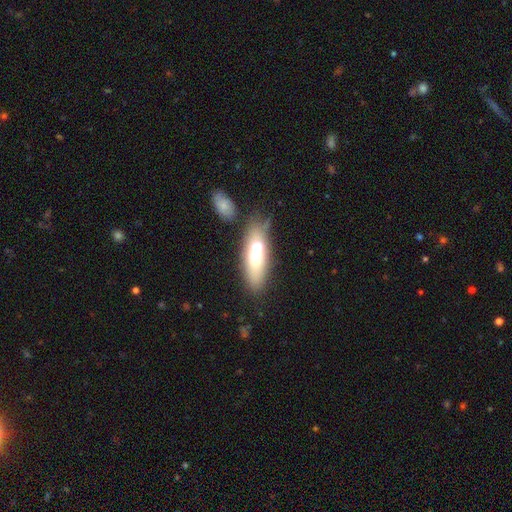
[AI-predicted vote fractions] Smooth or featured? Predicted: smooth (p=0.56). How rounded? Predicted: in between (p=0.65). Merging? Predicted: none (p=0.50).